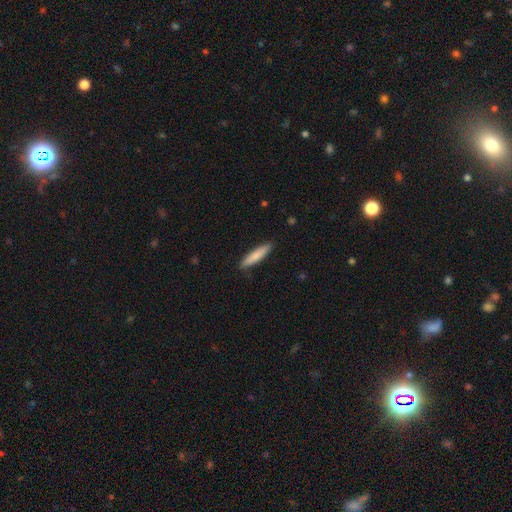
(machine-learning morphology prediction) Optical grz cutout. It shows a smooth galaxy with no disk features (80%) that is cigar-shaped (87%). Merging: none (89%).